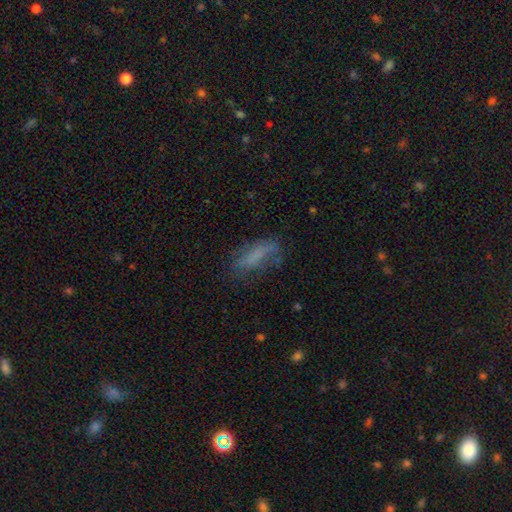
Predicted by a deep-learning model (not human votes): Overall: smooth (60%; featured or disk 28%). How rounded: in between (57%; cigar-shaped 40%). Merging: none (54%; minor disturbance 26%).